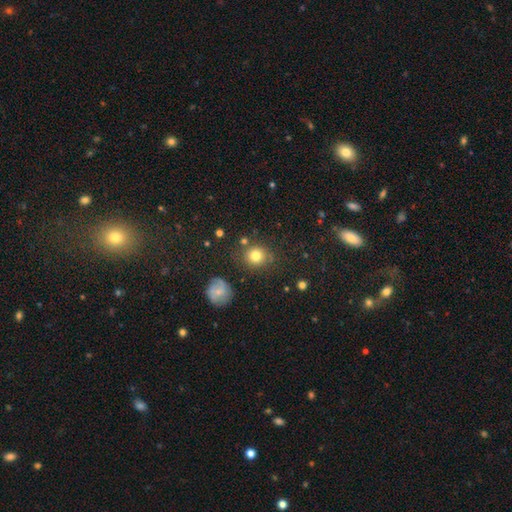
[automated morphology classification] smooth-or-featured: smooth: 80% | star or artifact: 13% | featured or disk: 8%
  how-rounded: round: 83% | in between: 16% | cigar-shaped: 1%
  merging: none: 79% | minor disturbance: 12% | merger: 5% | major disturbance: 4%